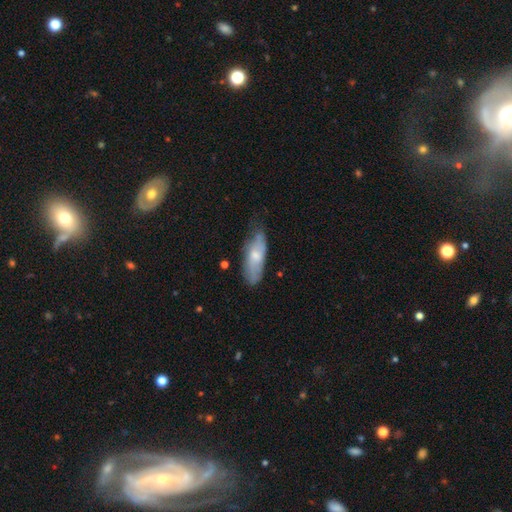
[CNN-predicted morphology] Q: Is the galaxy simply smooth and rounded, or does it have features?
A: smooth — 60%.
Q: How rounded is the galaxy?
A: in between — 66%.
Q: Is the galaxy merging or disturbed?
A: none — 59%.